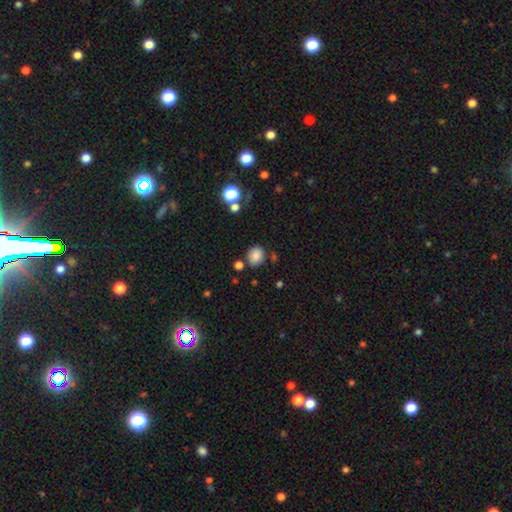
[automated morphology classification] This appears to be a smooth galaxy with no disk features (84%) that is round (67%). Merging: none (76%).